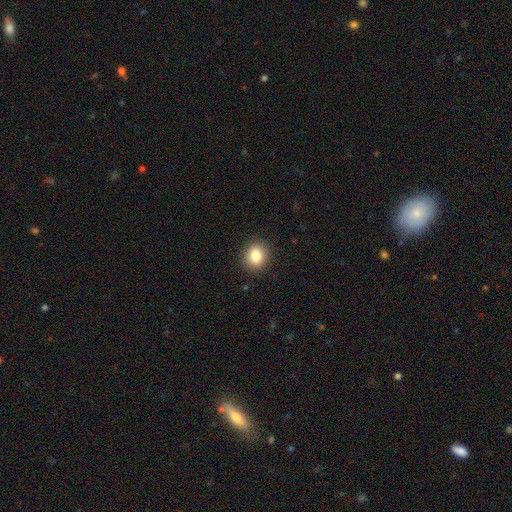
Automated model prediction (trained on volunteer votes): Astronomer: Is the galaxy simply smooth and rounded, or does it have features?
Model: smooth — 84%.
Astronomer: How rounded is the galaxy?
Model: round — 69%.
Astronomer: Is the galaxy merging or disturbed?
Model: none — 90%.